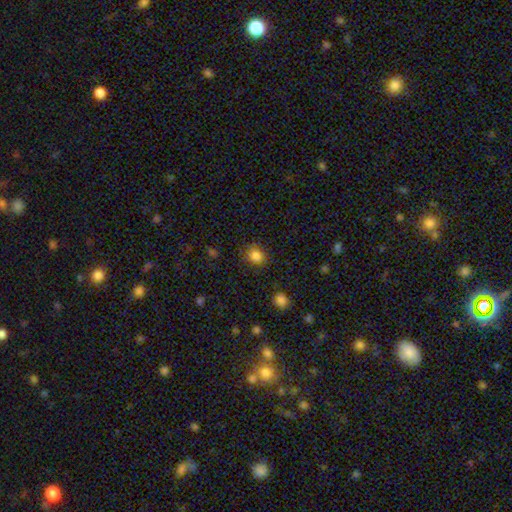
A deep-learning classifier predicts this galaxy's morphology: Smooth or featured? smooth (84%)
How rounded? round (77%)
Merging? none (84%)